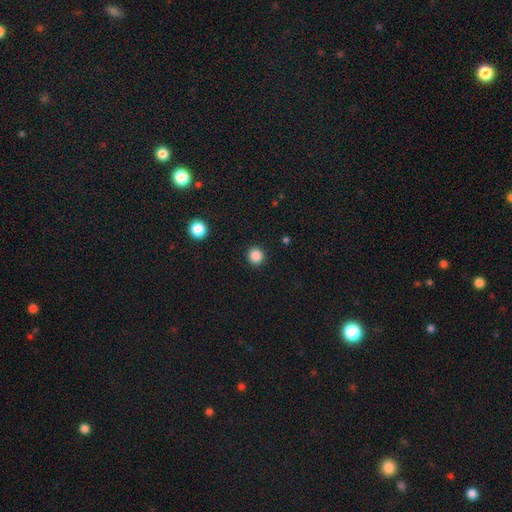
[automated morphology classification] Smooth or featured? smooth (86%)
How rounded? round (94%)
Merging? none (92%)